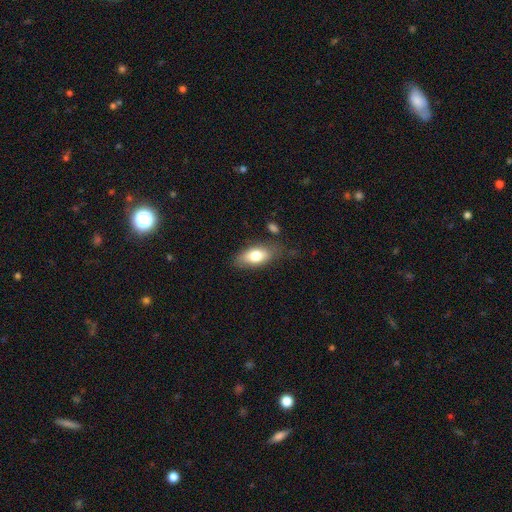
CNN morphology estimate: This is likely a smooth galaxy (74%). How rounded: clearly in between (87%). Merging: likely none (70%).